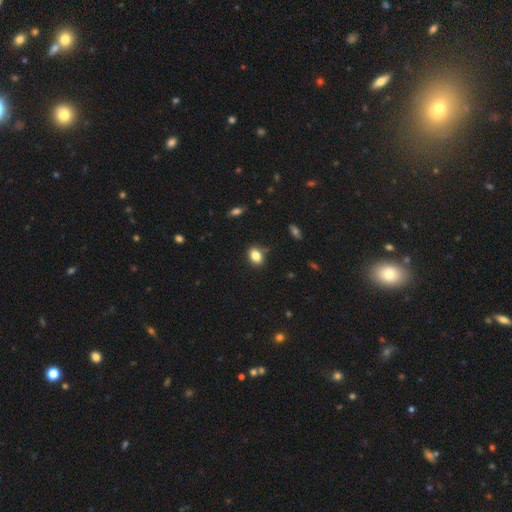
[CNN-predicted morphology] Smooth or featured?
  - smooth: 84% *
  - star or artifact: 10%
  - featured or disk: 6%
How rounded?
  - in between: 69% *
  - round: 29%
  - cigar-shaped: 1%
Merging?
  - none: 81% *
  - minor disturbance: 13%
  - major disturbance: 3%
  - merger: 3%